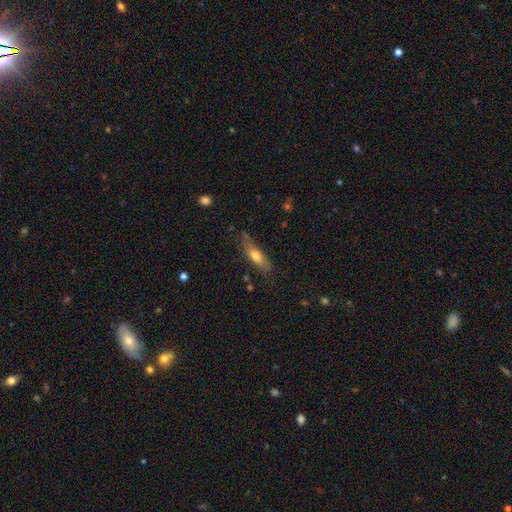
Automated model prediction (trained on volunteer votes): This appears to be a smooth galaxy with no disk features (62%) that is cigar-shaped (57%). Merging: none (69%).